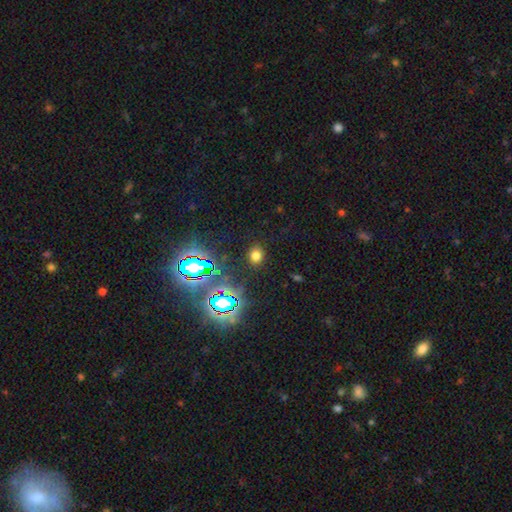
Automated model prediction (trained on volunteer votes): A smooth galaxy with no disk features (67%) that is round (60%). Merging: none (88%).